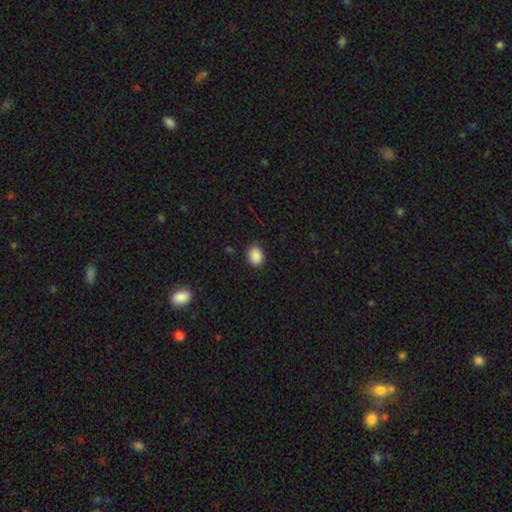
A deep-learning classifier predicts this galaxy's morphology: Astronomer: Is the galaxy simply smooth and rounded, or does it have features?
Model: smooth — 88%.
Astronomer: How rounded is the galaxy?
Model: round — 55% (runner-up: in between, 44%).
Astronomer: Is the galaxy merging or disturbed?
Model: none — 89%.